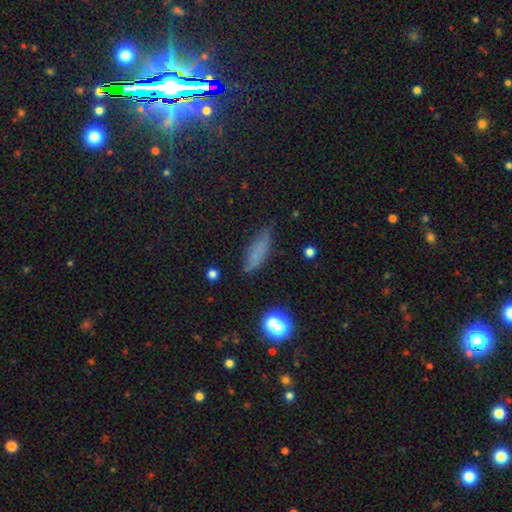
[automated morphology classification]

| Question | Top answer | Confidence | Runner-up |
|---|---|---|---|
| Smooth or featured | smooth | 69% | featured or disk (17%) |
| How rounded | cigar-shaped | 52% | in between (44%) |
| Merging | none | 67% | minor disturbance (24%) |